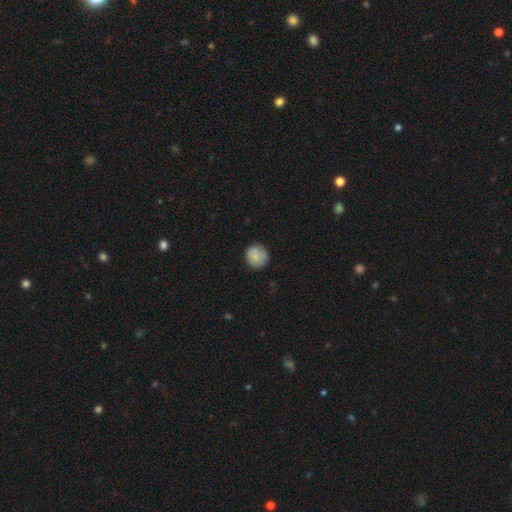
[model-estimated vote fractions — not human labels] A smooth galaxy with no disk features (84%) that is round (90%). Merging: none (82%).